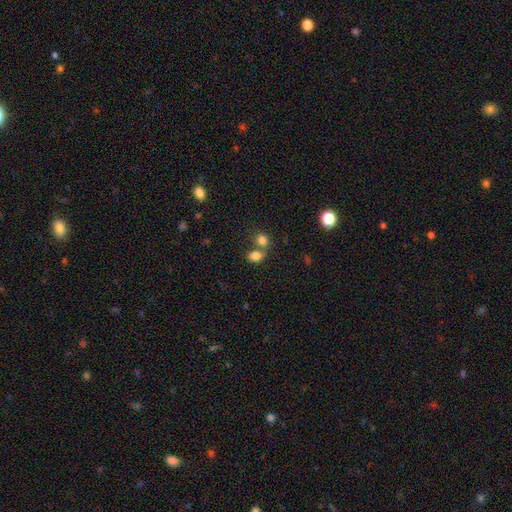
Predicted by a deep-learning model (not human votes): Q: Smooth or featured?
A: smooth (81%); runner-up: star or artifact (12%)
Q: How rounded?
A: in between (67%); runner-up: round (32%)
Q: Merging?
A: merger (44%); runner-up: none (43%)